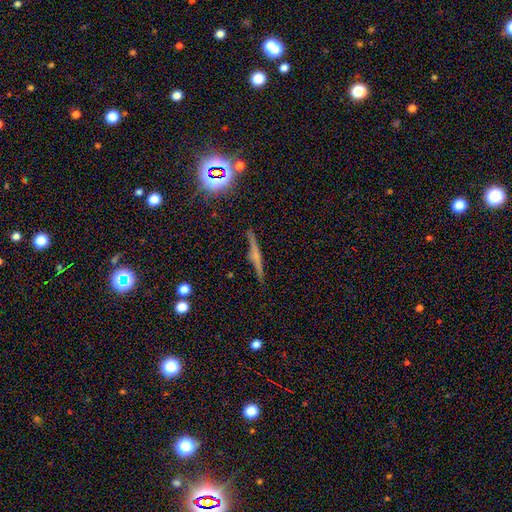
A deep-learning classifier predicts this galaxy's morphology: Overall: featured or disk (62%; smooth 24%). Edge-on disk: yes (97%). Edge-on bulge: rounded (58%; none 24%). Merging: none (89%).